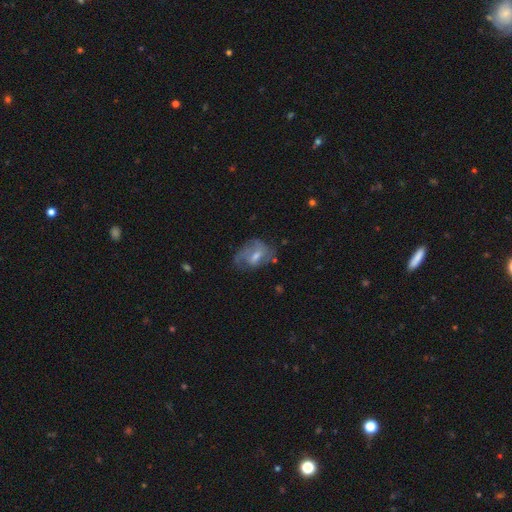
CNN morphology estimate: Smooth or featured: featured or disk — 65% (smooth — 25%)
Edge-on disk: no — 96% (yes — 4%)
Bar: weak — 48% (no — 40%)
Spiral arms: yes — 77% (no — 23%)
Bulge size: moderate — 53% (small — 36%)
Merging: none — 53% (minor disturbance — 25%)